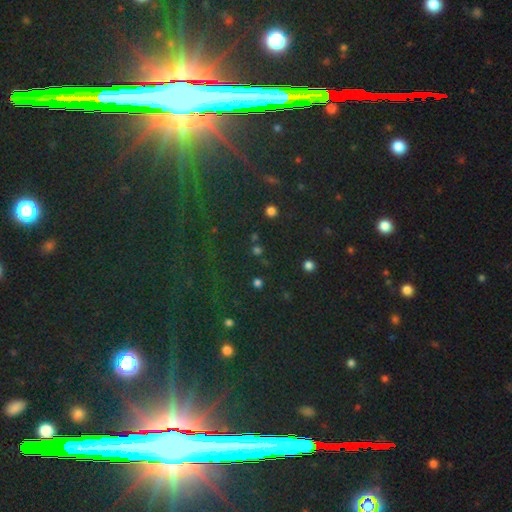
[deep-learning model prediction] smooth-or-featured: star or artifact: 82% | smooth: 9% | featured or disk: 8%